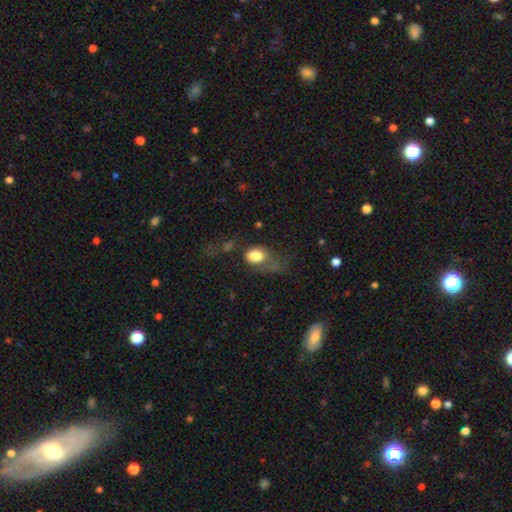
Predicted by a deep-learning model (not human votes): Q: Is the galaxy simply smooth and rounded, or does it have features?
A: smooth — 78%.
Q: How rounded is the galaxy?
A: in between — 71%.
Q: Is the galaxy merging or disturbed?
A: major disturbance — 40%.